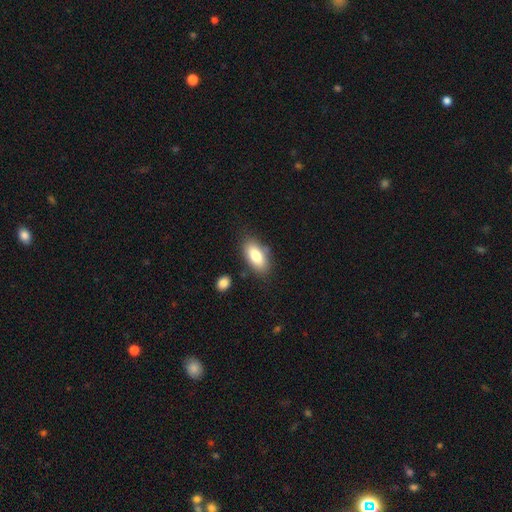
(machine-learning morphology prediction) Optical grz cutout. It shows a smooth galaxy with no disk features (81%) that is in between round and cigar-shaped (90%). Merging: none (79%).